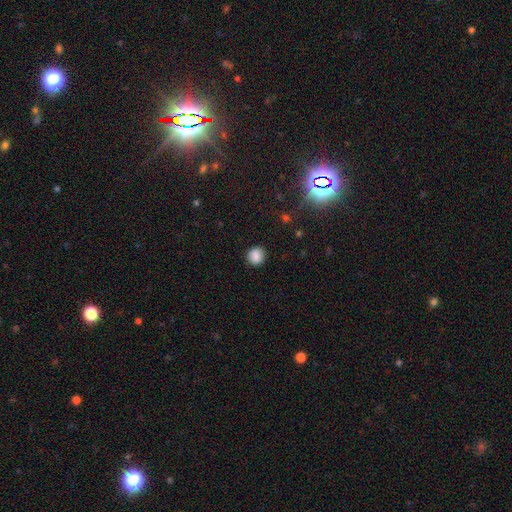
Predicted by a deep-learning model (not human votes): smooth-or-featured: smooth: 86% | star or artifact: 10% | featured or disk: 4%
  how-rounded: round: 84% | in between: 15% | cigar-shaped: 1%
  merging: none: 88% | minor disturbance: 8% | major disturbance: 2% | merger: 1%